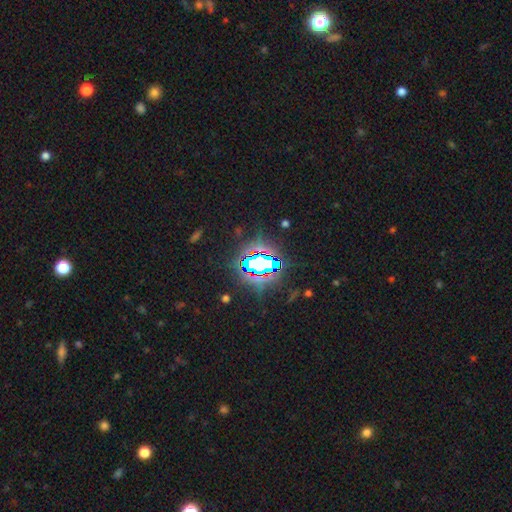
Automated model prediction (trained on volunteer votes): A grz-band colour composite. It shows a star or artifact, not a galaxy (79%).